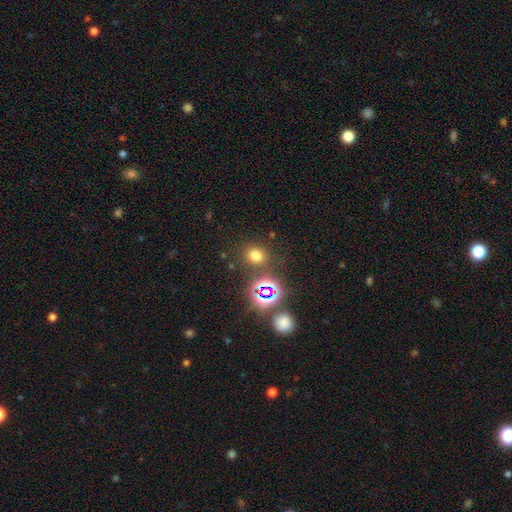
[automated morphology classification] This is likely a smooth galaxy (67%). How rounded: likely round (75%). Merging: clearly none (82%).